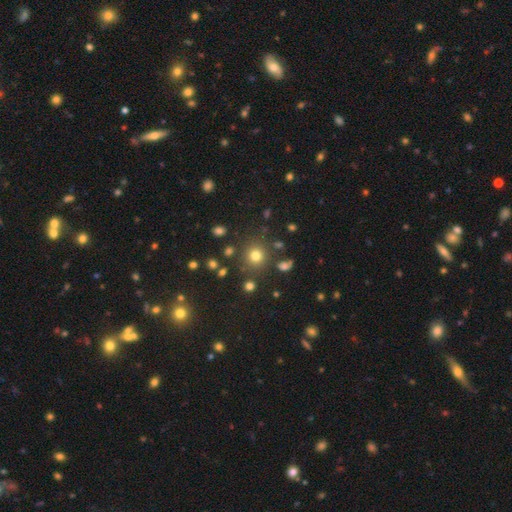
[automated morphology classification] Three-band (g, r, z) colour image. It shows a smooth galaxy with no disk features (76%) that is round (90%). Merging: none (83%).